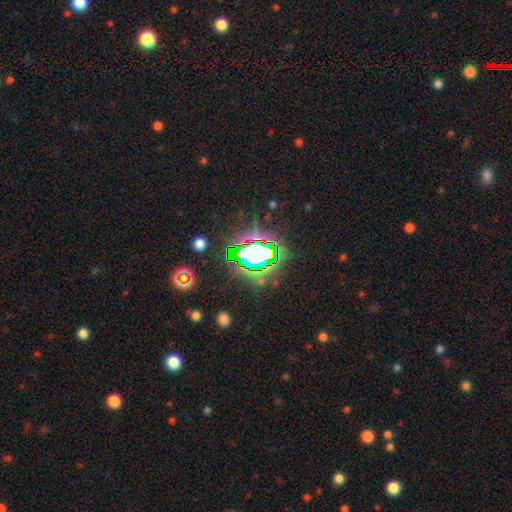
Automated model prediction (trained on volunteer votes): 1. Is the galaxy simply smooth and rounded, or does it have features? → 80% star or artifact, 12% smooth, 8% featured or disk.